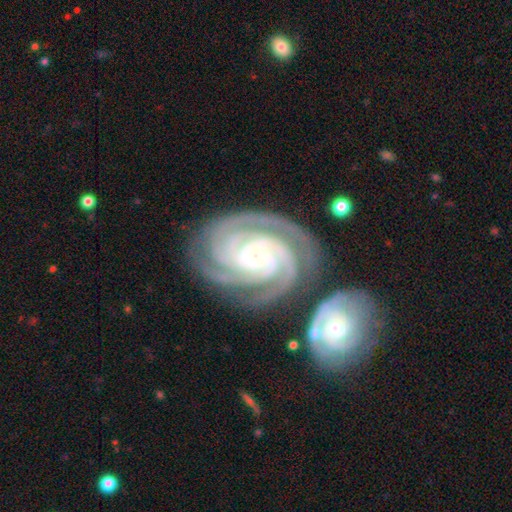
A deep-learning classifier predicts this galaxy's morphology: The model was most divided on "spiral arm count": 3: 34%, 4: 33%, 2: 12%, can't tell: 8%, more than 4: 7%, 1: 6%. More confident: spiral arms — yes (99%); edge-on disk — no (98%); smooth or featured — featured or disk (94%); spiral winding — tight (82%); bulge size — small (79%); merging — none (69%); bar — no (66%).